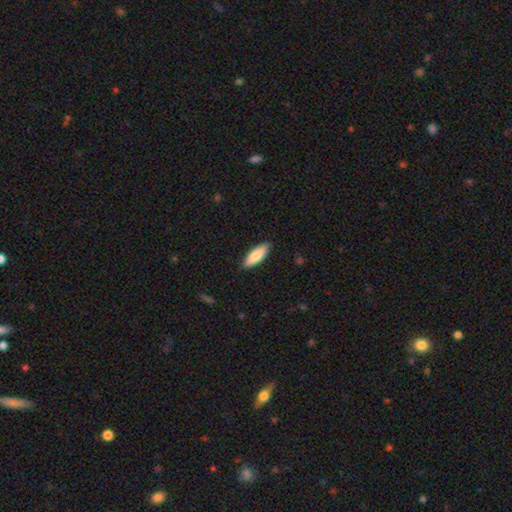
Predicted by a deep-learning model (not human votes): smooth-or-featured: smooth: 81% | featured or disk: 14% | star or artifact: 5%
  how-rounded: in between: 60% | cigar-shaped: 39% | round: 2%
  merging: none: 86% | minor disturbance: 11% | major disturbance: 2% | merger: 1%